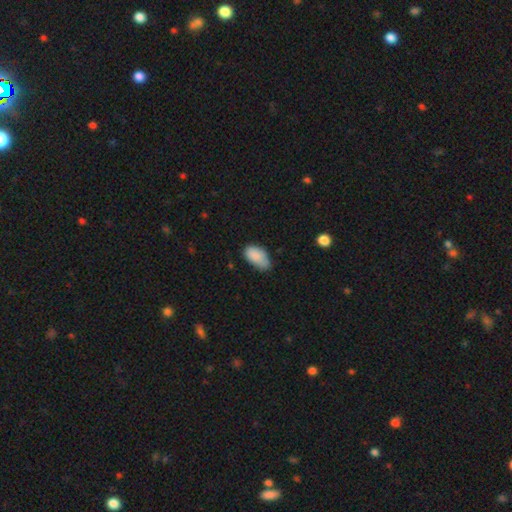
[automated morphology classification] This appears to be a smooth galaxy with no disk features (87%) that is in between round and cigar-shaped (94%). Merging: none (54%).